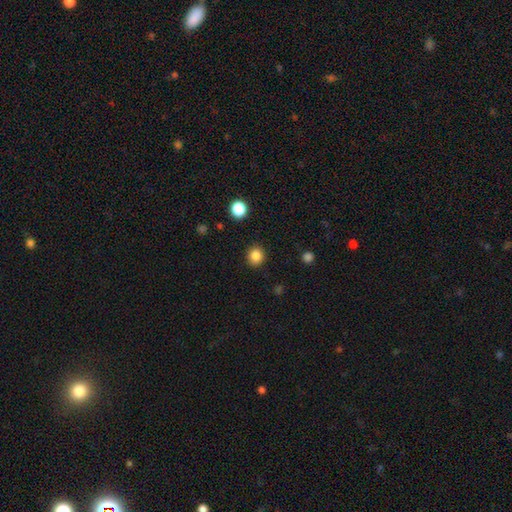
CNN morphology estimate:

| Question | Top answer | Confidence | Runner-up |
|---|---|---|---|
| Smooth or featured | smooth | 85% | star or artifact (11%) |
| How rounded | round | 87% | in between (12%) |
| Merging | none | 90% | minor disturbance (6%) |